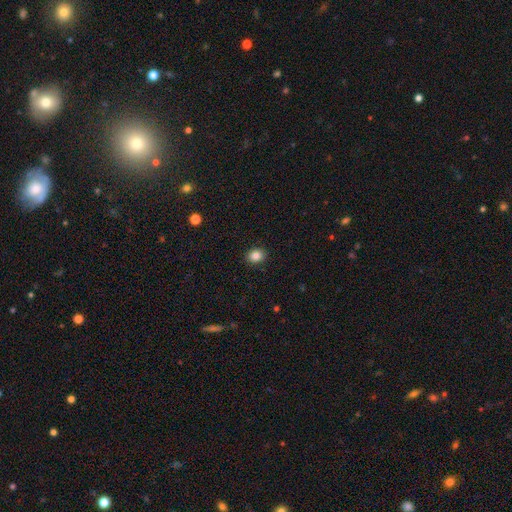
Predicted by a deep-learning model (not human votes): Smooth or featured? Predicted: smooth (p=0.85). How rounded? Predicted: round (p=0.59). Merging? Predicted: none (p=0.91).